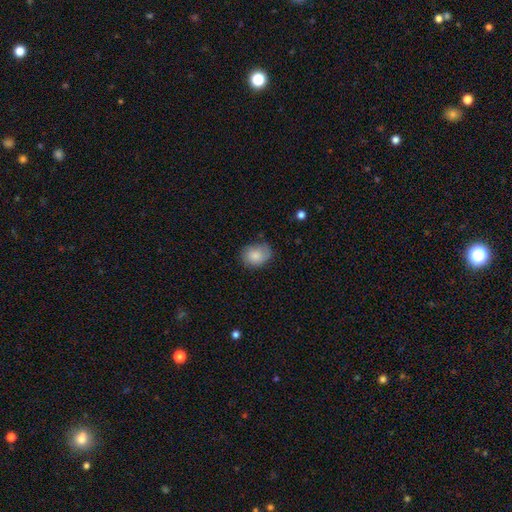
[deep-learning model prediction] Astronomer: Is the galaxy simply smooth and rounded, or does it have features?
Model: smooth — 84%.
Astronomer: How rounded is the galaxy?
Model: in between — 63%.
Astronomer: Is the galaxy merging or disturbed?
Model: none — 68%.